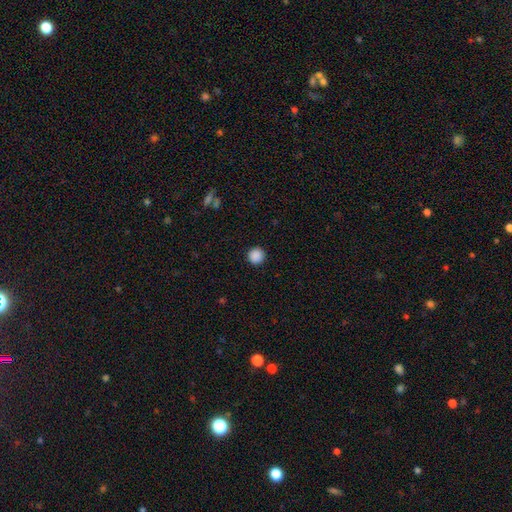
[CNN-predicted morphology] The model was most divided on "smooth or featured": smooth: 88%, star or artifact: 9%, featured or disk: 2%. More confident: how rounded — round (95%); merging — none (93%).